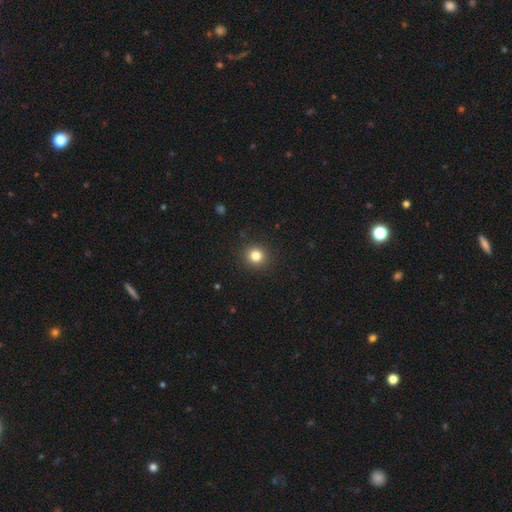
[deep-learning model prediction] Smooth or featured: smooth — 82% (star or artifact — 13%)
How rounded: round — 90% (in between — 9%)
Merging: none — 91% (minor disturbance — 6%)